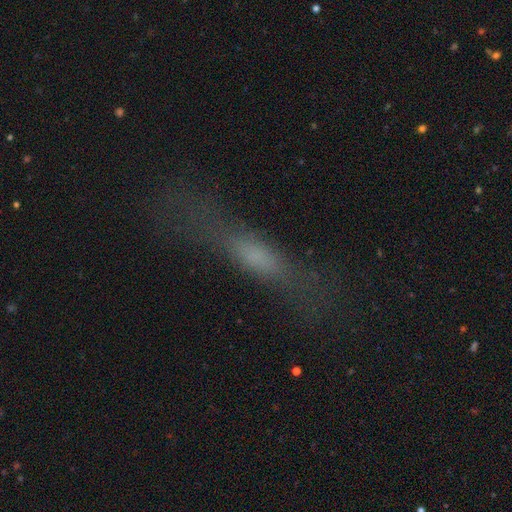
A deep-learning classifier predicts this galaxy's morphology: Smooth or featured?
  - smooth: 47% *
  - featured or disk: 35%
  - star or artifact: 18%
Merging?
  - none: 65% *
  - minor disturbance: 19%
  - major disturbance: 13%
  - merger: 3%